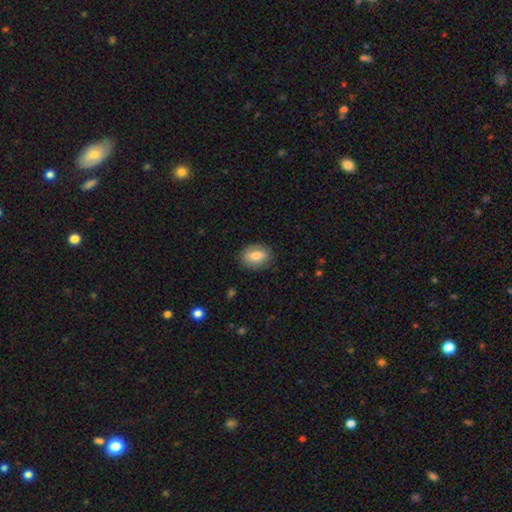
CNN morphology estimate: Smooth or featured? Predicted: smooth (p=0.72). How rounded? Predicted: in between (p=0.76). Merging? Predicted: none (p=0.80).